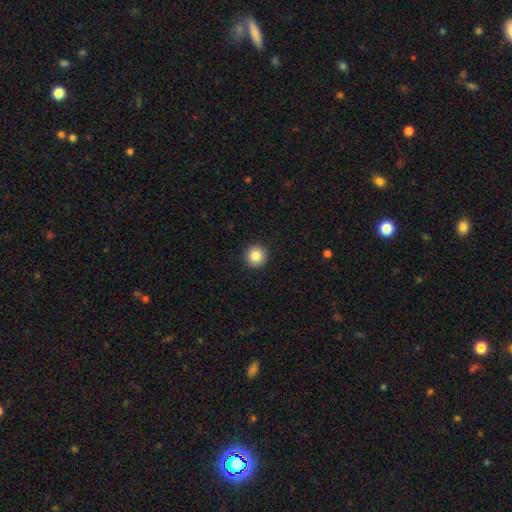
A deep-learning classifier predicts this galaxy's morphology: smooth_or_featured: smooth (p=0.86) [alt: star or artifact p=0.09]
how_rounded: round (p=0.96) [alt: in between p=0.03]
merging: none (p=0.93) [alt: minor disturbance p=0.04]